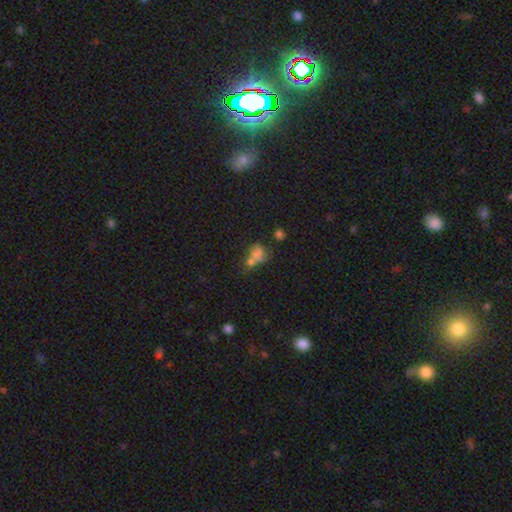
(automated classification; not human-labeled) Q: Smooth or featured?
A: smooth (65%); runner-up: star or artifact (19%)
Q: How rounded?
A: round (51%); runner-up: in between (47%)
Q: Merging?
A: merger (44%); runner-up: none (28%)